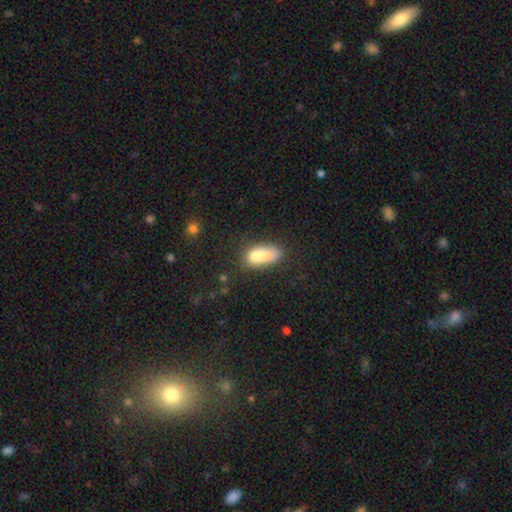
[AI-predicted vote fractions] This appears to be a smooth galaxy with no disk features (73%) that is in between round and cigar-shaped (80%). Merging: none (36%).